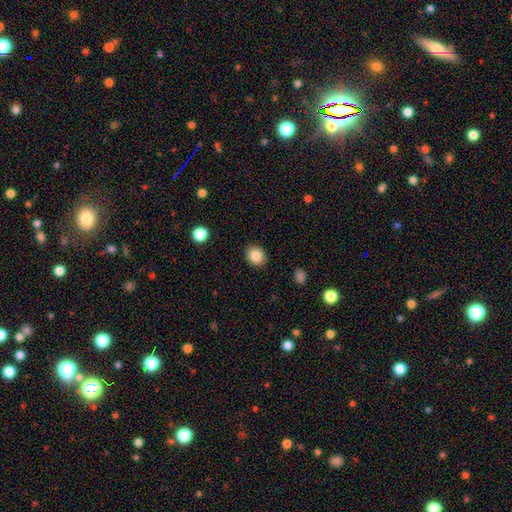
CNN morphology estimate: The model was most divided on "how rounded": round: 58%, in between: 41%, cigar-shaped: 1%. More confident: merging — none (90%); smooth or featured — smooth (85%).